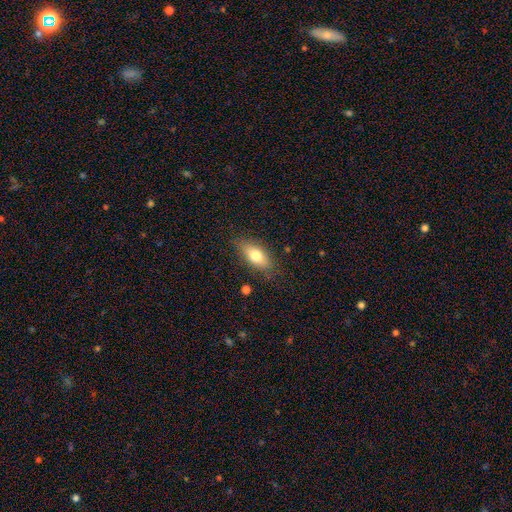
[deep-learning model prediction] Smooth or featured? smooth (74%)
How rounded? in between (81%)
Merging? none (81%)